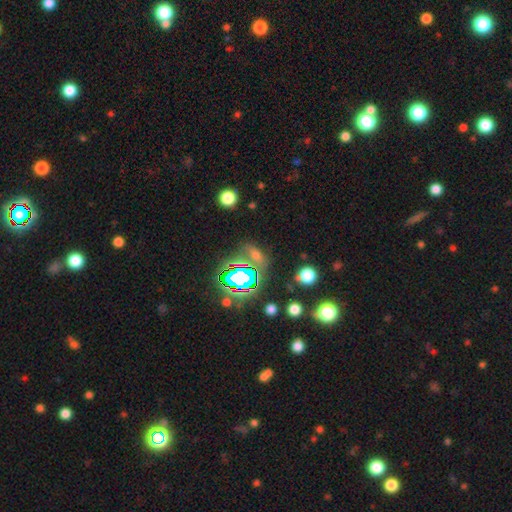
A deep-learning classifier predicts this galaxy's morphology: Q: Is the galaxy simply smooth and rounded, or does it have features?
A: star or artifact — 52%.